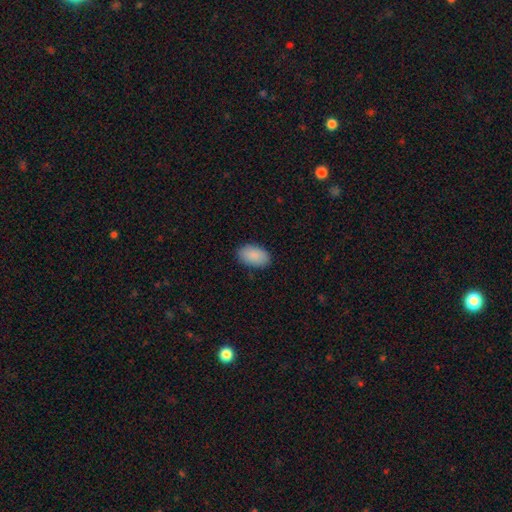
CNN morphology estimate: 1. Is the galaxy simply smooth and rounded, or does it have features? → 90% smooth, 6% star or artifact, 4% featured or disk.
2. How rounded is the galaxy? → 93% in between, 6% round, 1% cigar-shaped.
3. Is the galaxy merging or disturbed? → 87% none, 10% minor disturbance, 2% major disturbance, 1% merger.